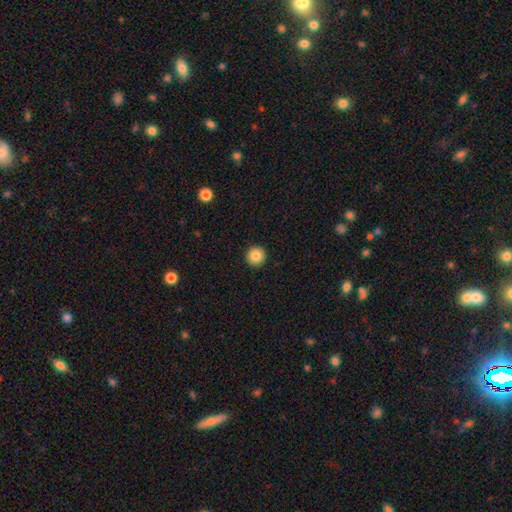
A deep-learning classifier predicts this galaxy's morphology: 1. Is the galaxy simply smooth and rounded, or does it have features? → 86% smooth, 9% star or artifact, 5% featured or disk.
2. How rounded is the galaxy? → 96% round, 3% in between, 1% cigar-shaped.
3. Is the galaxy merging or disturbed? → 94% none, 4% minor disturbance, 1% major disturbance, 1% merger.